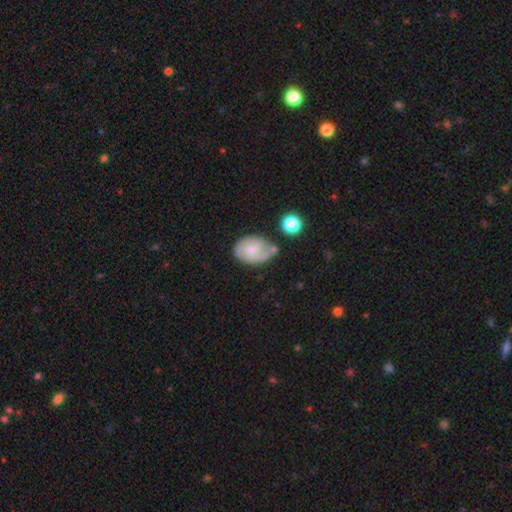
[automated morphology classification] type=smooth (41%); merging=none (68%).